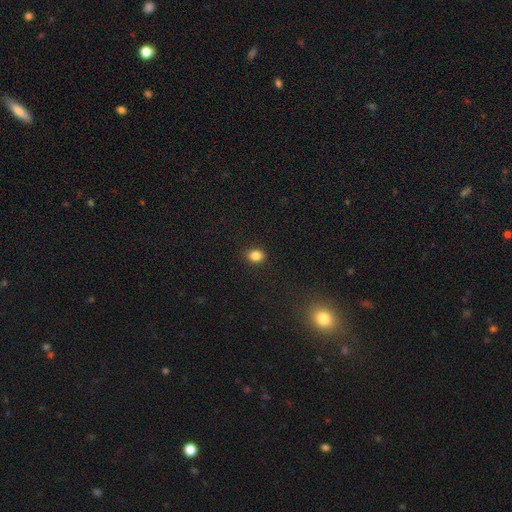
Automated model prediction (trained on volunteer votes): The model was most divided on "how rounded": in between: 57%, round: 42%, cigar-shaped: 1%. More confident: merging — none (88%); smooth or featured — smooth (85%).